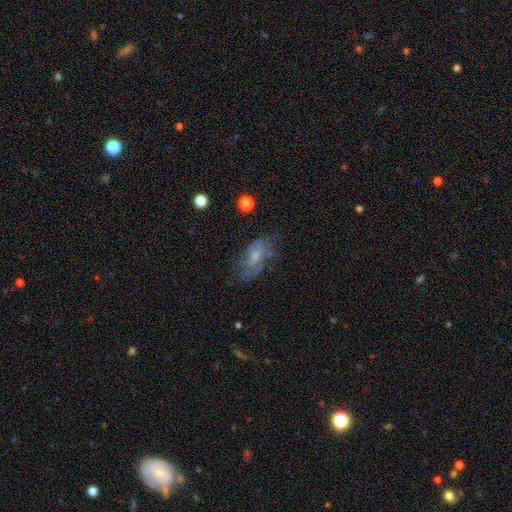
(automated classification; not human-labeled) A featured or disk galaxy (54%). Merging: none (60%).